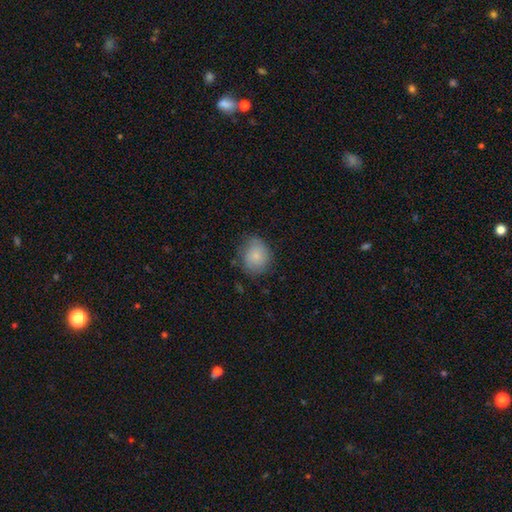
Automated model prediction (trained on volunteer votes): This is clearly a smooth galaxy (81%). How rounded: likely round (67%). Merging: likely none (70%).